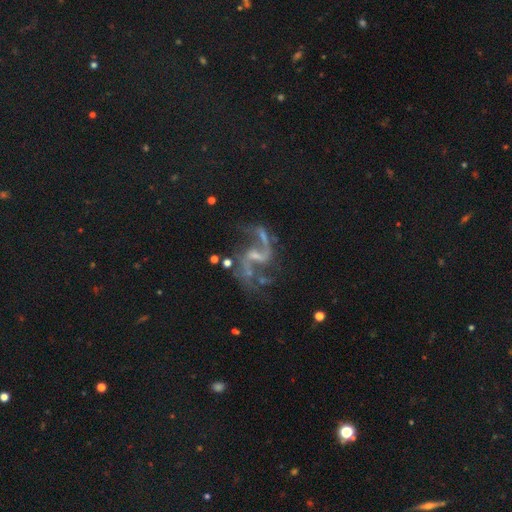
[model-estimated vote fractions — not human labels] The model was most divided on "bar": weak: 48%, no: 28%, strong: 24%. More confident: edge-on disk — no (98%); spiral arms — yes (94%); spiral arm count — 2 (89%); smooth or featured — featured or disk (83%); spiral winding — loose (74%); bulge size — small (54%); merging — none (53%).